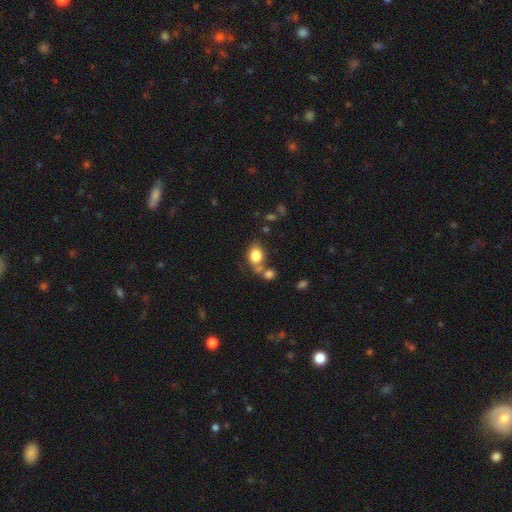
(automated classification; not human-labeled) smooth-or-featured: smooth: 81% | featured or disk: 10% | star or artifact: 9%
  how-rounded: in between: 68% | round: 30% | cigar-shaped: 1%
  merging: none: 56% | merger: 25% | minor disturbance: 14% | major disturbance: 6%